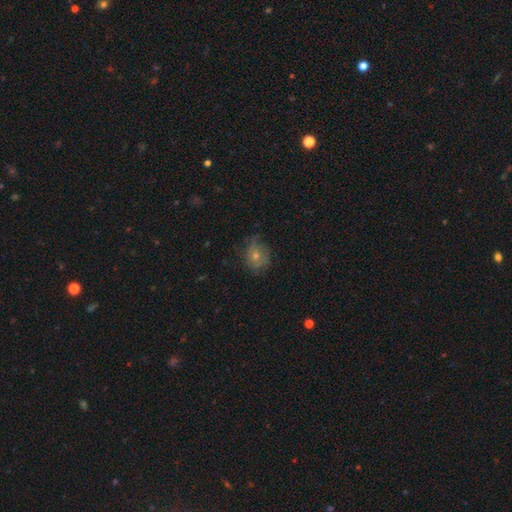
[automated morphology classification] This appears to be a smooth galaxy with no disk features (45%). Merging: none (65%).